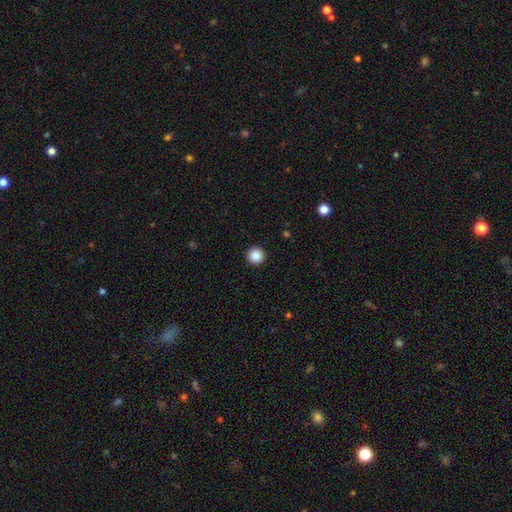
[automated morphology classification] smooth 87%, star or artifact 10%, featured or disk 4%. Down the decision tree: how rounded — round (96%); merging — none (94%).